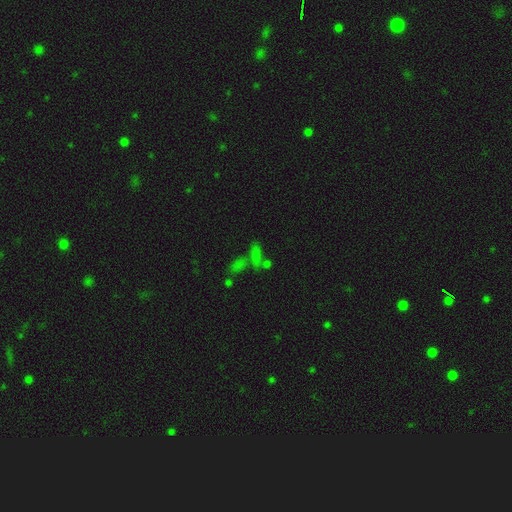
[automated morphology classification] Smooth or featured? smooth (51%)
How rounded? in between (47%)
Merging? none (48%)